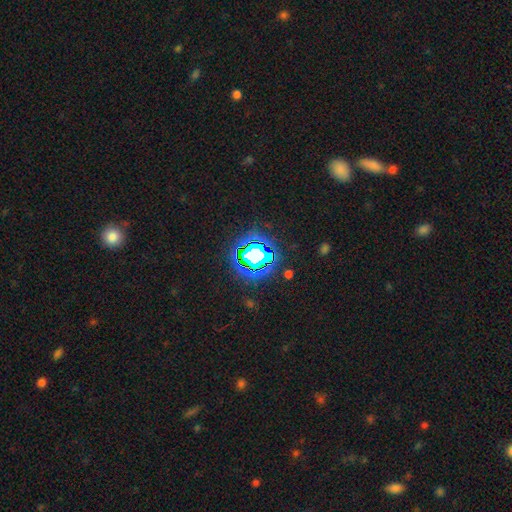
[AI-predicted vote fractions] A star or artifact, not a galaxy (69%).

Vote fractions:
- Smooth or featured? star or artifact: 69% / smooth: 19% / featured or disk: 12%